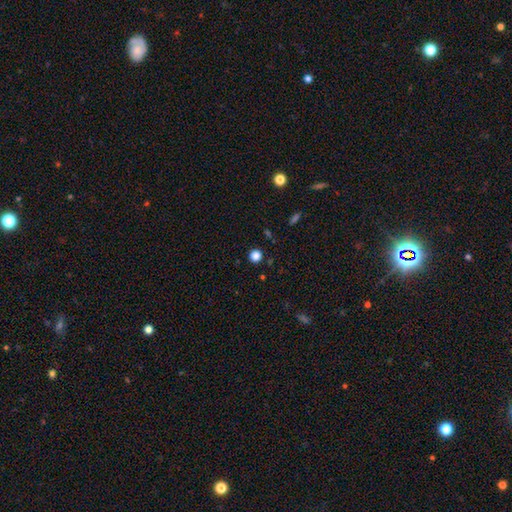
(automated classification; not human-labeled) The model was most divided on "smooth or featured": smooth: 84%, star or artifact: 13%, featured or disk: 3%. More confident: how rounded — round (94%); merging — none (92%).